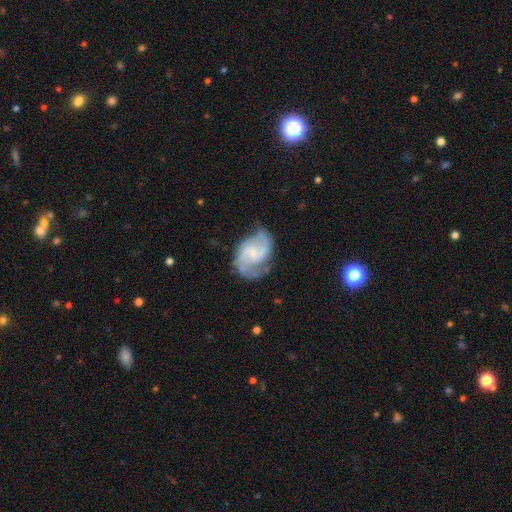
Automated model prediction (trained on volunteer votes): Smooth or featured: featured or disk — 85% (smooth — 10%)
Edge-on disk: no — 98% (yes — 2%)
Bar: weak — 51% (no — 39%)
Spiral arms: yes — 96% (no — 4%)
Spiral winding: medium — 54% (loose — 30%)
Spiral arm count: 2 — 91% (can't tell — 4%)
Bulge size: small — 45% (none — 30%)
Merging: none — 68% (minor disturbance — 21%)